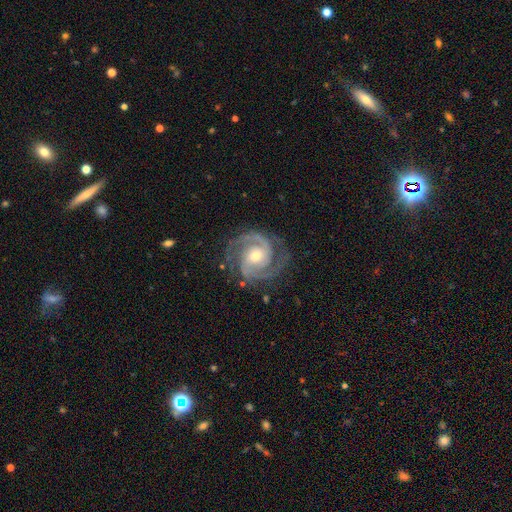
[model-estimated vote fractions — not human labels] A featured or disk galaxy (93%) with no bar (53%), 2 (73%) tight (54%) spiral arms (99%) and a moderate central bulge (61%). Merging: none (81%).